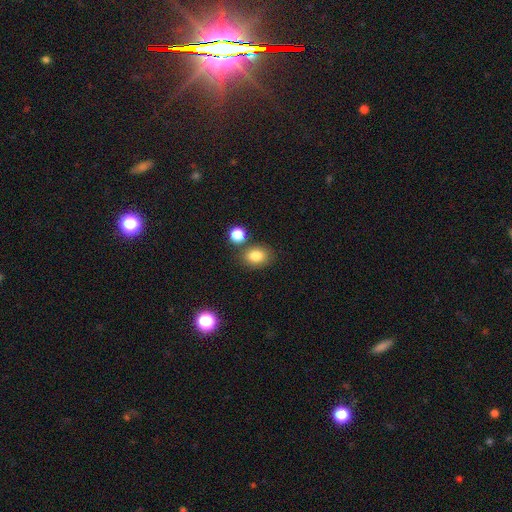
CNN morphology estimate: A smooth galaxy with no disk features (83%) that is in between round and cigar-shaped (65%). Merging: none (72%).